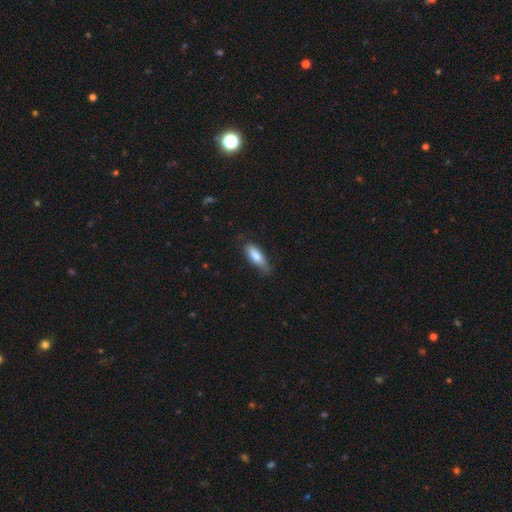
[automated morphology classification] The model was most divided on "how rounded": in between: 62%, cigar-shaped: 37%, round: 2%. More confident: smooth or featured — smooth (80%); merging — none (68%).